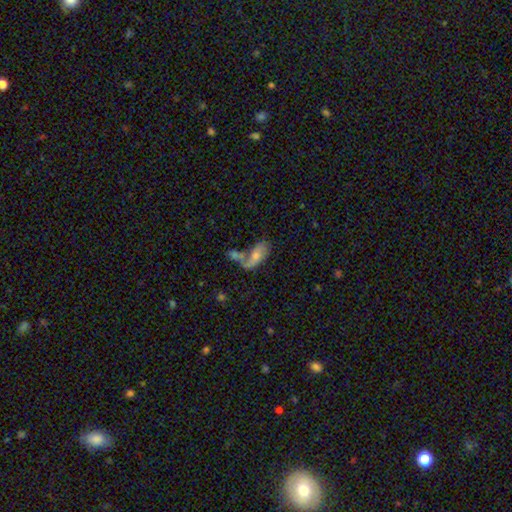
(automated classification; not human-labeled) The model was most divided on "smooth or featured": smooth: 51%, featured or disk: 39%, star or artifact: 10%. Remaining: how rounded — in between (81%); merging — merger (44%).